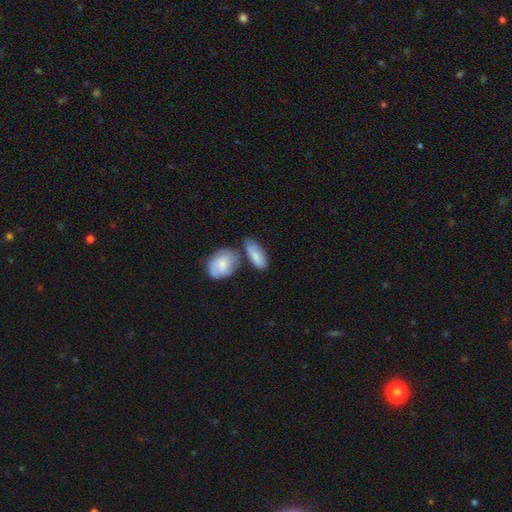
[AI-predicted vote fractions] Q: Smooth or featured?
A: smooth (80%); runner-up: featured or disk (15%)
Q: How rounded?
A: in between (81%); runner-up: cigar-shaped (15%)
Q: Merging?
A: none (50%); runner-up: merger (26%)